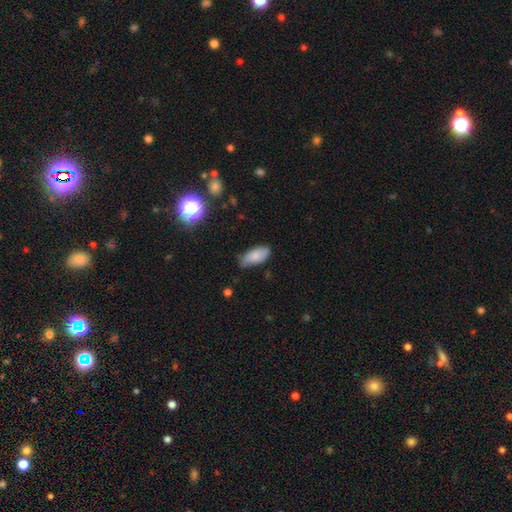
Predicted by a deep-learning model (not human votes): Overall: smooth (80%). How rounded: in between (89%). Merging: none (63%; minor disturbance 31%).